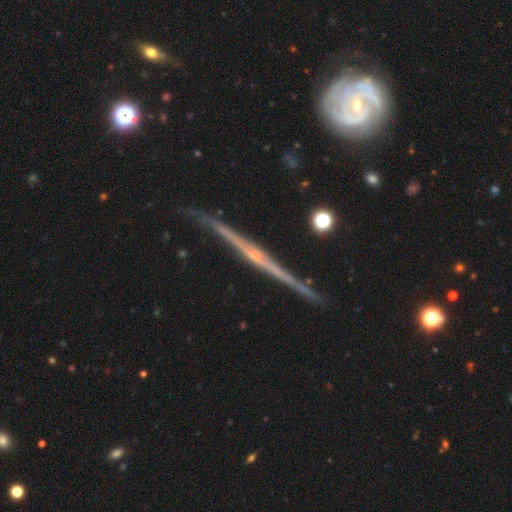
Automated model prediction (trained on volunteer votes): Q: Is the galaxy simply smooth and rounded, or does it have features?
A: featured or disk — 87%.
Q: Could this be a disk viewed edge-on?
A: yes — 97%.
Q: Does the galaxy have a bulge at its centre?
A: rounded — 54%.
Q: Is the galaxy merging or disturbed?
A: none — 83%.